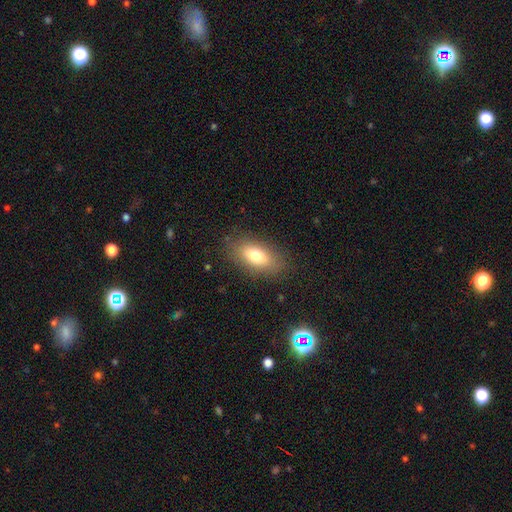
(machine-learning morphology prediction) Smooth or featured? Predicted: smooth (p=0.76). How rounded? Predicted: in between (p=0.85). Merging? Predicted: none (p=0.84).